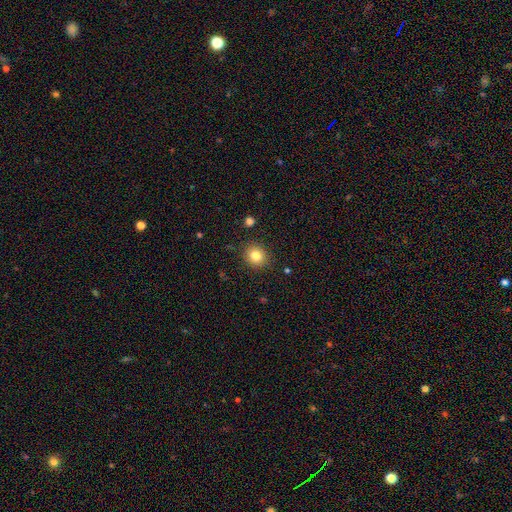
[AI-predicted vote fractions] Smooth or featured?
  - smooth: 82% *
  - star or artifact: 11%
  - featured or disk: 7%
How rounded?
  - round: 84% *
  - in between: 15%
  - cigar-shaped: 1%
Merging?
  - none: 90% *
  - minor disturbance: 7%
  - major disturbance: 2%
  - merger: 1%